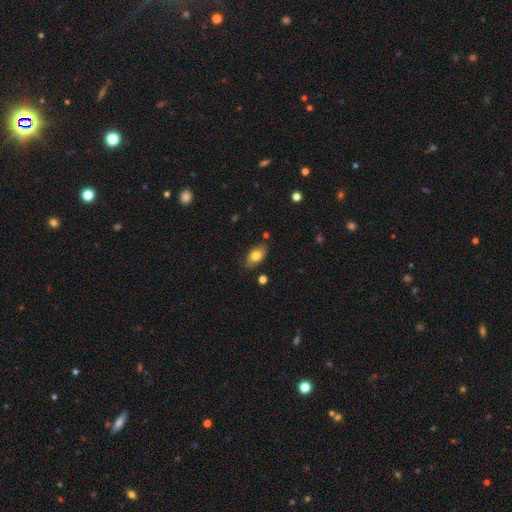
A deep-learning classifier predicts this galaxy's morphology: Smooth or featured?
  - smooth: 78% *
  - featured or disk: 14%
  - star or artifact: 8%
How rounded?
  - in between: 90% *
  - round: 7%
  - cigar-shaped: 3%
Merging?
  - none: 82% *
  - minor disturbance: 13%
  - major disturbance: 3%
  - merger: 2%